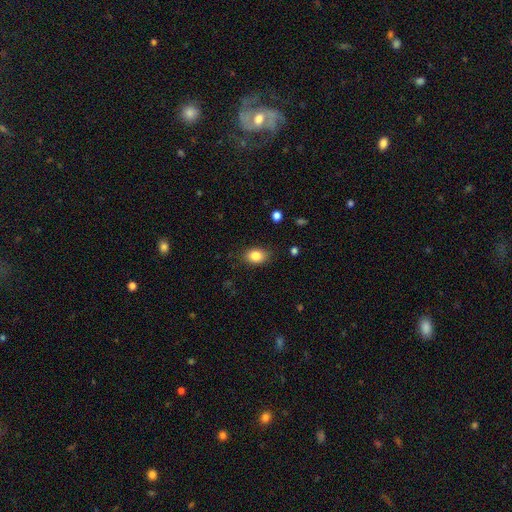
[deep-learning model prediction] smooth 85%, star or artifact 9%, featured or disk 6%. Down the decision tree: how rounded — in between (77%); merging — none (82%).